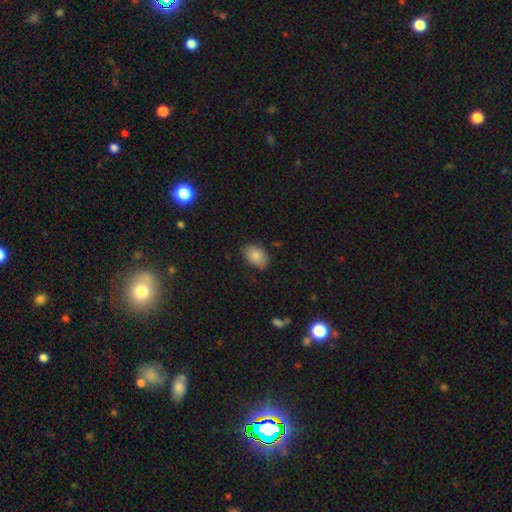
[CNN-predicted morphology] A smooth galaxy with no disk features (86%) that is in between round and cigar-shaped (85%). Merging: none (80%).